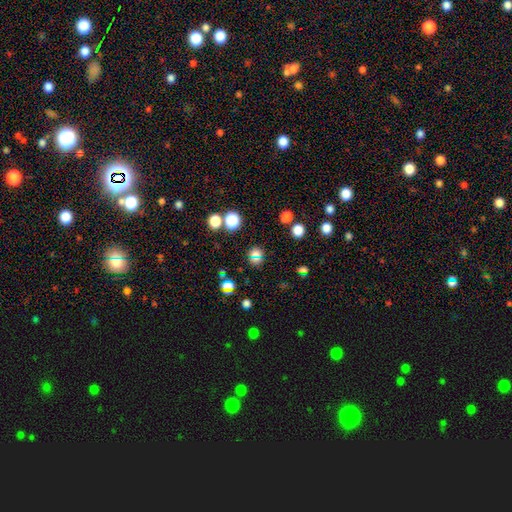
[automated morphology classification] smooth_or_featured: smooth (p=0.56) [alt: star or artifact p=0.36]
how_rounded: round (p=0.87) [alt: in between p=0.11]
merging: none (p=0.78) [alt: minor disturbance p=0.09]